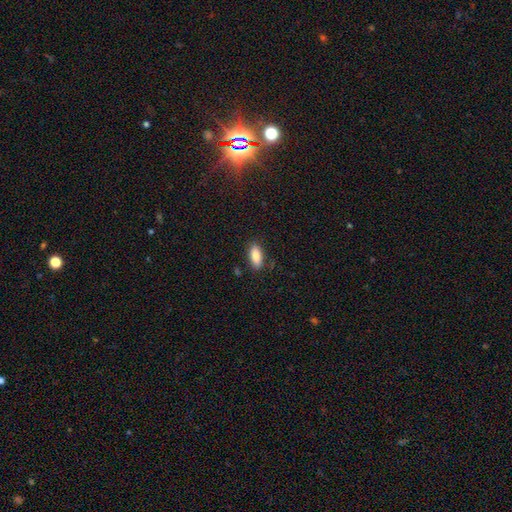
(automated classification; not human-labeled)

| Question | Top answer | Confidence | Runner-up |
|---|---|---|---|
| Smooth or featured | smooth | 83% | featured or disk (10%) |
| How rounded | in between | 83% | cigar-shaped (15%) |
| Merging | none | 85% | minor disturbance (11%) |